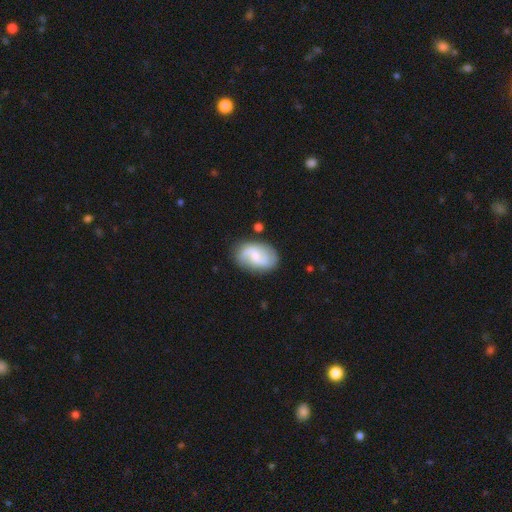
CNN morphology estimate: type=featured or disk (76%); edge-on=no (97%); bar=weak (50%); spiral arms=yes (95%); winding=medium (44%); arm count=2 (88%); bulge=small (54%); merging=none (80%).